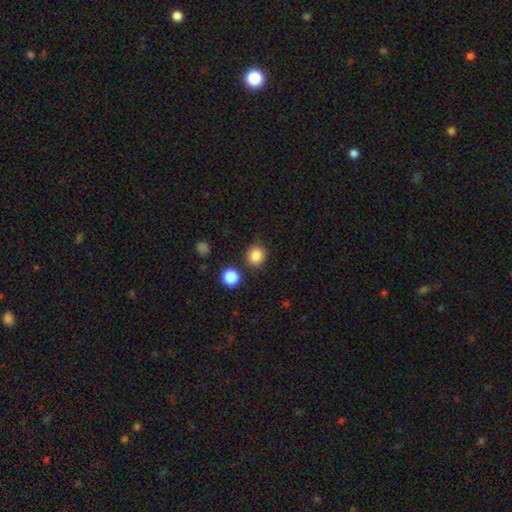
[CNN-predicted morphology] smooth 84%, star or artifact 11%, featured or disk 5%. Down the decision tree: how rounded — round (83%); merging — none (83%).